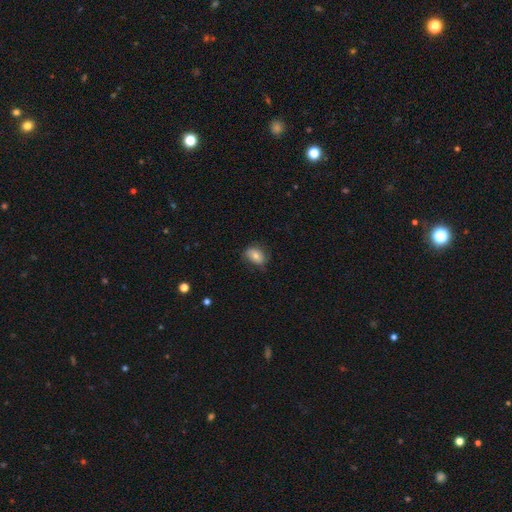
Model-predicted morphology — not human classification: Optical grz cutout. It shows a smooth galaxy with no disk features (72%) that is in between round and cigar-shaped (75%). Merging: none (67%).